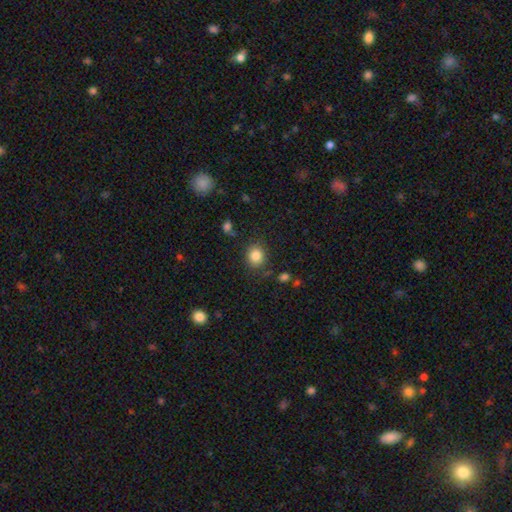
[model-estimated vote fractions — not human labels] A smooth galaxy with no disk features (84%) that is round (73%).

Vote fractions:
- Smooth or featured? smooth: 84% / star or artifact: 10% / featured or disk: 5%
- How rounded? round: 73% / in between: 26% / cigar-shaped: 1%
- Merging? none: 81% / minor disturbance: 12% / major disturbance: 4% / merger: 3%